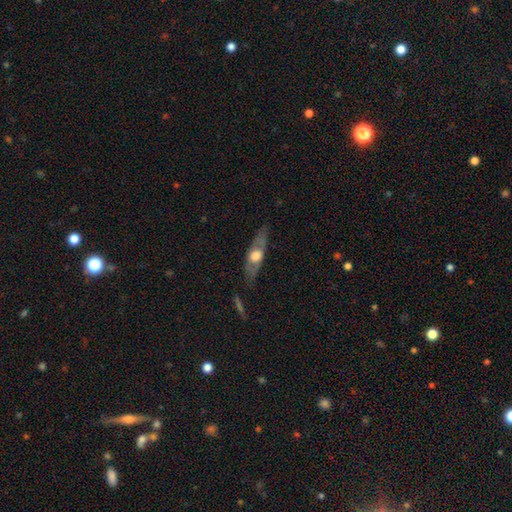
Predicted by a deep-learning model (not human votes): This appears to be a featured or disk galaxy (57%) viewed edge-on (70%). Merging: none (74%).